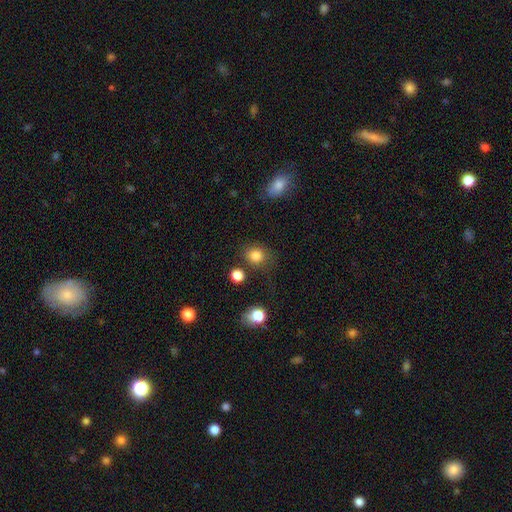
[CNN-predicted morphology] Smooth or featured? smooth (83%)
How rounded? round (77%)
Merging? none (75%)